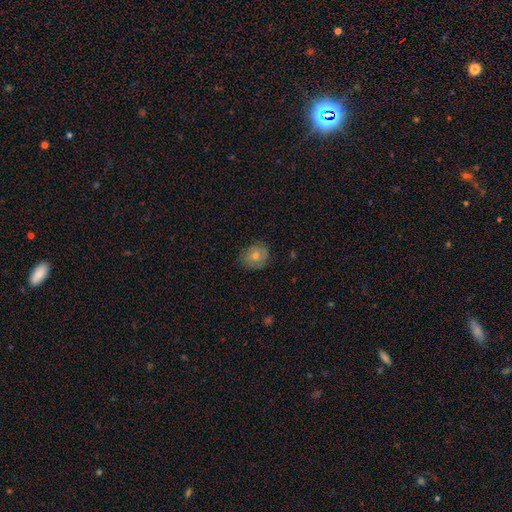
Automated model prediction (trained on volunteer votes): The model was most divided on "how rounded": round: 72%, in between: 27%, cigar-shaped: 1%. More confident: merging — none (78%); smooth or featured — smooth (69%).